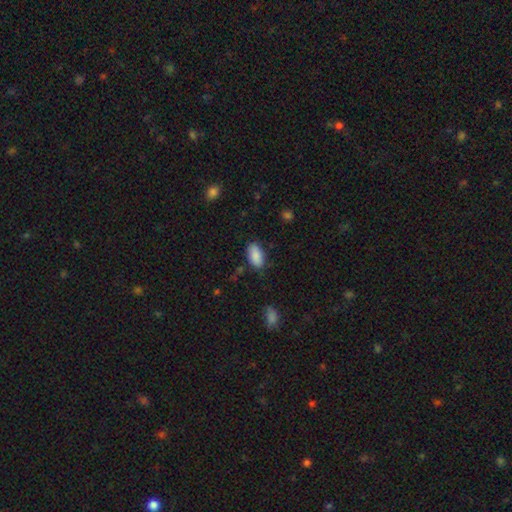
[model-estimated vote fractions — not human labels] Smooth or featured? smooth (88%)
How rounded? in between (93%)
Merging? none (78%)